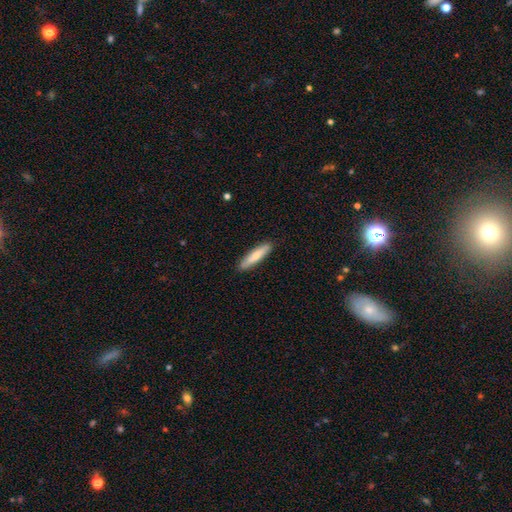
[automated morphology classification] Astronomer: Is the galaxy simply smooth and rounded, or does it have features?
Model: smooth — 73%.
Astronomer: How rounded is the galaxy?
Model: cigar-shaped — 84%.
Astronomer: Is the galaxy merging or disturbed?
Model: none — 89%.